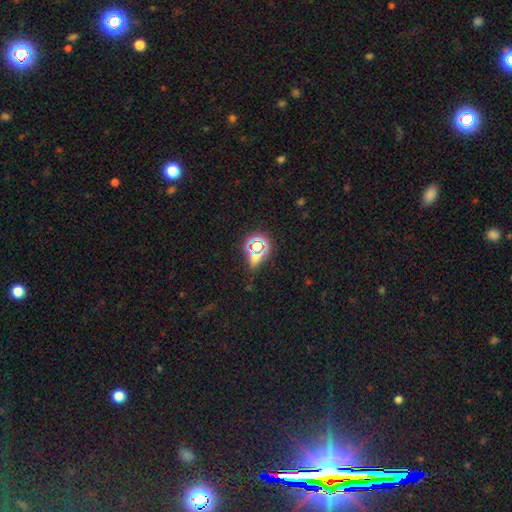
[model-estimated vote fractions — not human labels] smooth_or_featured: star or artifact (p=0.60) [alt: smooth p=0.30]